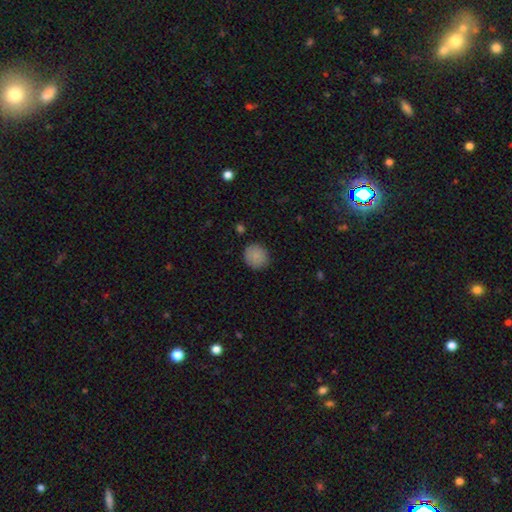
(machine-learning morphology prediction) A smooth galaxy with no disk features (86%) that is round (87%).

Vote fractions:
- Smooth or featured? smooth: 86% / star or artifact: 9% / featured or disk: 5%
- How rounded? round: 87% / in between: 12% / cigar-shaped: 1%
- Merging? none: 87% / minor disturbance: 10% / major disturbance: 2% / merger: 1%